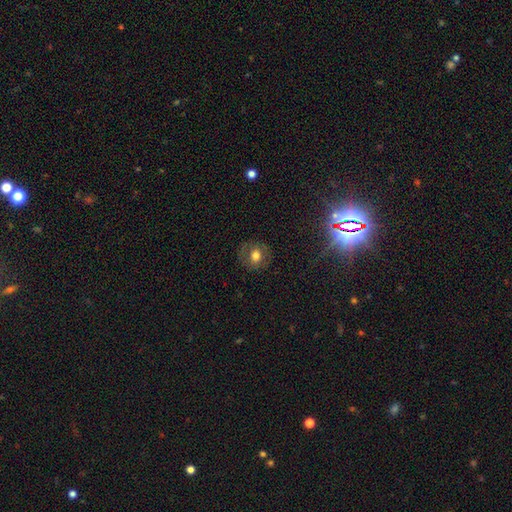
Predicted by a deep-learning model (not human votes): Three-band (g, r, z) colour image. It shows a smooth galaxy with no disk features (67%) that is round (79%). Merging: none (83%).